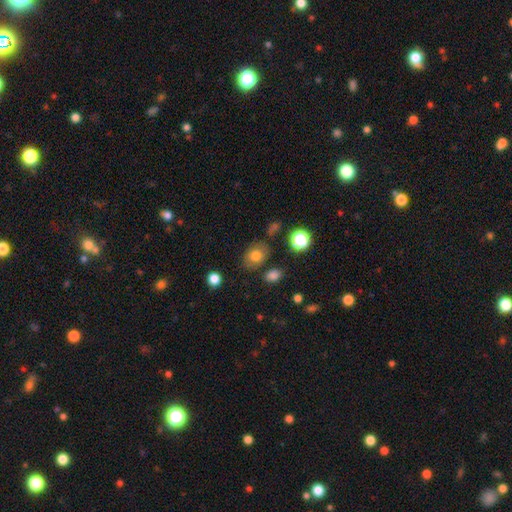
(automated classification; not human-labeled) Overall: smooth (75%). How rounded: in between (54%; round 44%). Merging: none (70%).